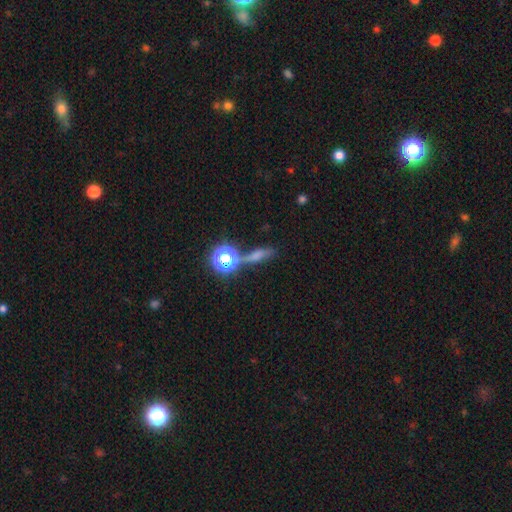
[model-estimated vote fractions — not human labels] Morphology: type=smooth (44%); merging=none (64%).